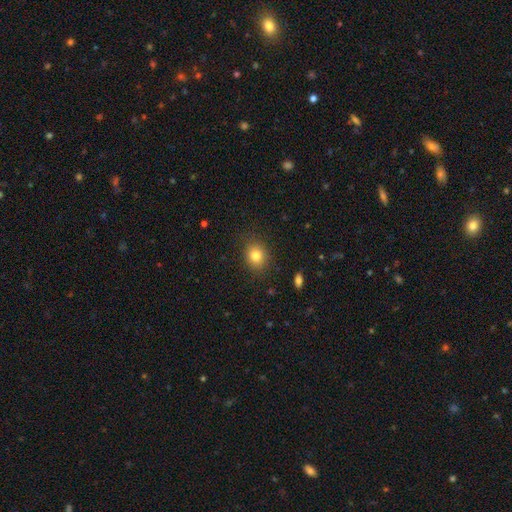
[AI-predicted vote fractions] This is clearly a smooth galaxy (82%). How rounded: likely round (70%). Merging: clearly none (86%).